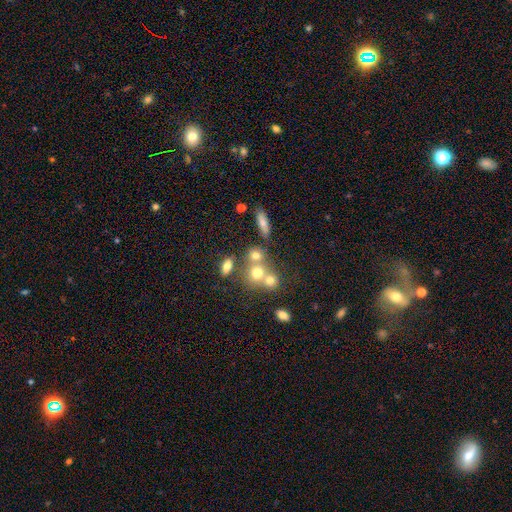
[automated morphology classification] Overall: smooth (65%). How rounded: round (73%). Merging: merger (45%; none 41%).